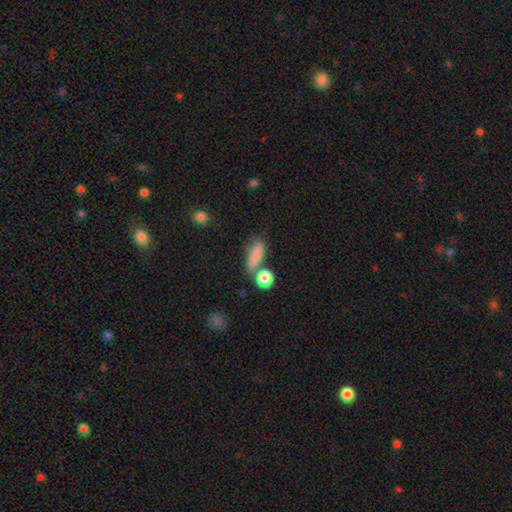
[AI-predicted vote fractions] Morphology: type=smooth (80%); roundness=in between (59%); merging=none (47%).